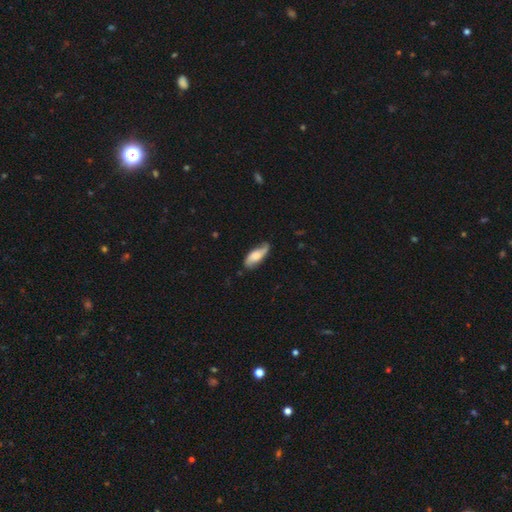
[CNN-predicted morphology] featured or disk 47%, smooth 46%, star or artifact 7%. Down the decision tree: merging — none (67%).